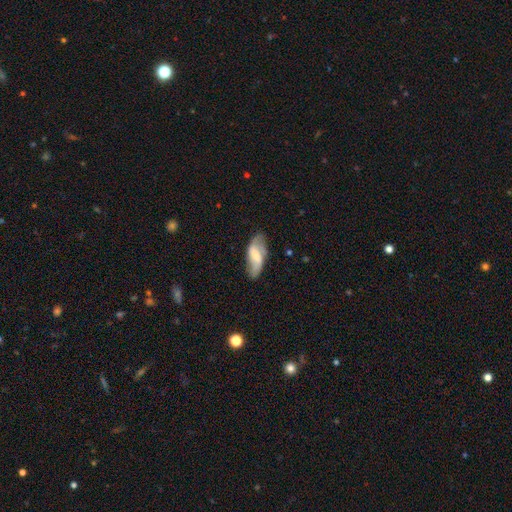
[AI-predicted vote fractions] Smooth or featured?
  - featured or disk: 50% *
  - smooth: 43%
  - star or artifact: 7%
Merging?
  - none: 63% *
  - minor disturbance: 26%
  - major disturbance: 9%
  - merger: 2%